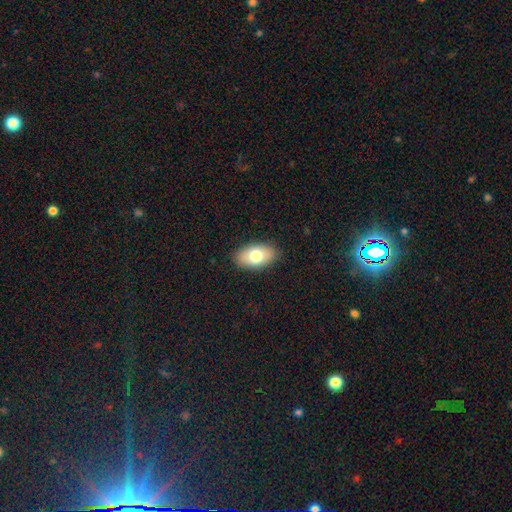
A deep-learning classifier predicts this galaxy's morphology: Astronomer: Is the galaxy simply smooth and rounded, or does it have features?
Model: smooth — 75%.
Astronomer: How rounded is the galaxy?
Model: in between — 93%.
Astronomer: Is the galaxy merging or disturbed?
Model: none — 88%.